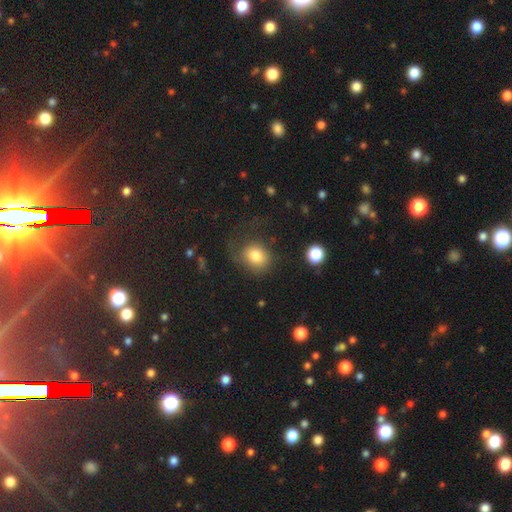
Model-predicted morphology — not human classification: type=smooth (80%); roundness=round (64%); merging=none (54%).